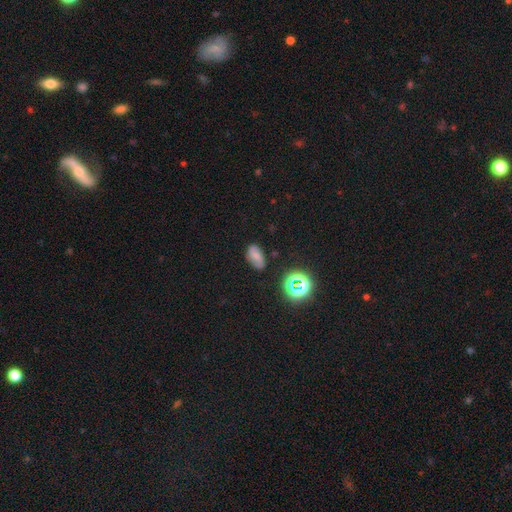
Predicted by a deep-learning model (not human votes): Smooth or featured: smooth — 56% (featured or disk — 26%)
How rounded: in between — 88% (round — 9%)
Merging: none — 72% (minor disturbance — 20%)